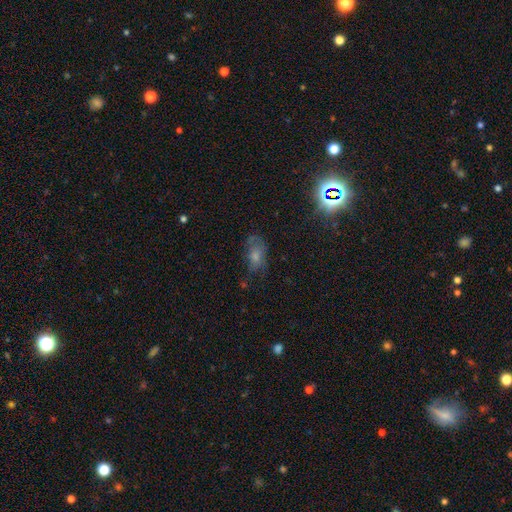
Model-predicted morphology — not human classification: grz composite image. It shows a smooth galaxy with no disk features (58%) that is in between round and cigar-shaped (86%). Merging: none (48%).